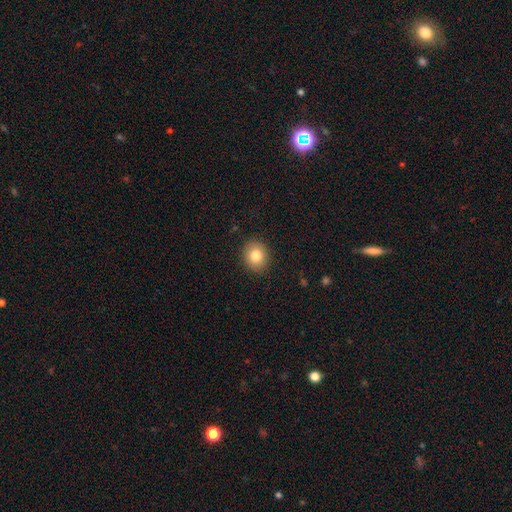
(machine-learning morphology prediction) Smooth or featured? smooth (81%)
How rounded? round (73%)
Merging? none (90%)